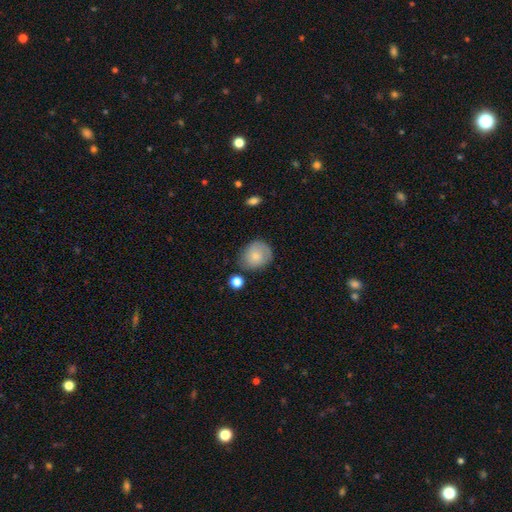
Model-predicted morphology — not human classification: Smooth or featured? Predicted: smooth (p=0.74). How rounded? Predicted: round (p=0.73). Merging? Predicted: none (p=0.70).